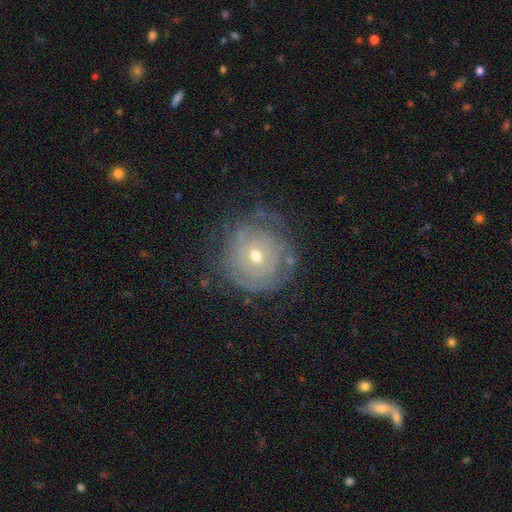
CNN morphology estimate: smooth-or-featured: featured or disk: 65% | smooth: 25% | star or artifact: 9%
  disk-edge-on: no: 96% | yes: 4%
    bar: no: 75% | weak: 20% | strong: 5%
    has-spiral-arms: yes: 68% | no: 32%
    bulge-size: moderate: 52% | small: 44% | large: 2% | dominant: 1% | none: 1%
  merging: none: 70% | minor disturbance: 18% | major disturbance: 10% | merger: 2%